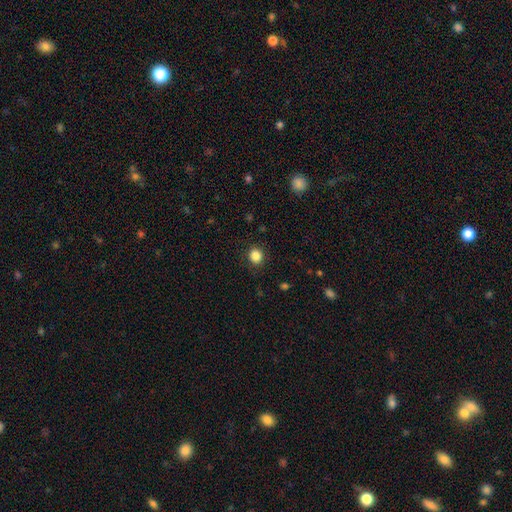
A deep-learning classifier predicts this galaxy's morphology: This is clearly a smooth galaxy (85%). How rounded: clearly round (81%). Merging: clearly none (88%).